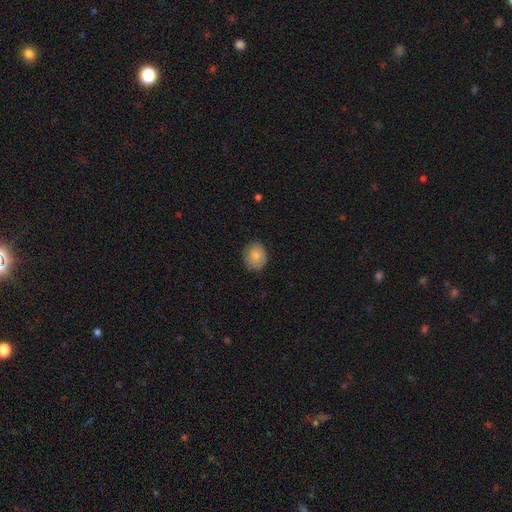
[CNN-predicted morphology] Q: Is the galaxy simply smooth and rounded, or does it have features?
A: smooth — 83%.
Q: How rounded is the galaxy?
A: round — 65%.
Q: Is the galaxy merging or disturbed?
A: none — 84%.